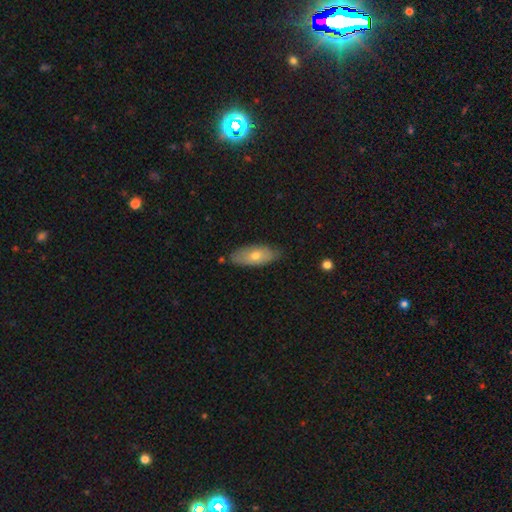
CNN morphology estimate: Q: Smooth or featured?
A: smooth (67%); runner-up: featured or disk (26%)
Q: How rounded?
A: in between (81%); runner-up: cigar-shaped (16%)
Q: Merging?
A: none (79%); runner-up: minor disturbance (16%)